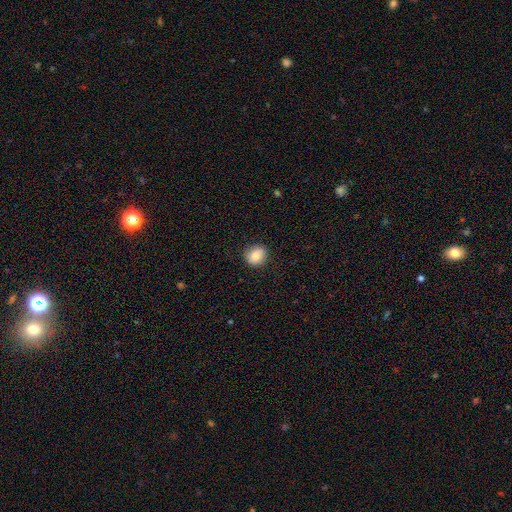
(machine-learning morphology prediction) smooth-or-featured: smooth: 79% | featured or disk: 12% | star or artifact: 9%
  how-rounded: round: 80% | in between: 19% | cigar-shaped: 1%
  merging: none: 86% | minor disturbance: 10% | major disturbance: 2% | merger: 1%